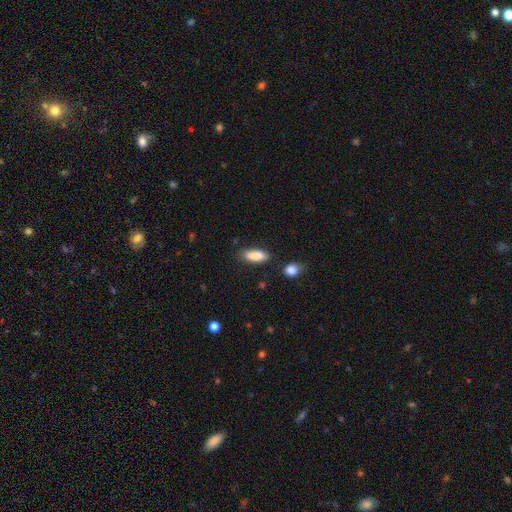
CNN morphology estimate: Overall: smooth (87%). How rounded: in between (71%). Merging: none (78%).